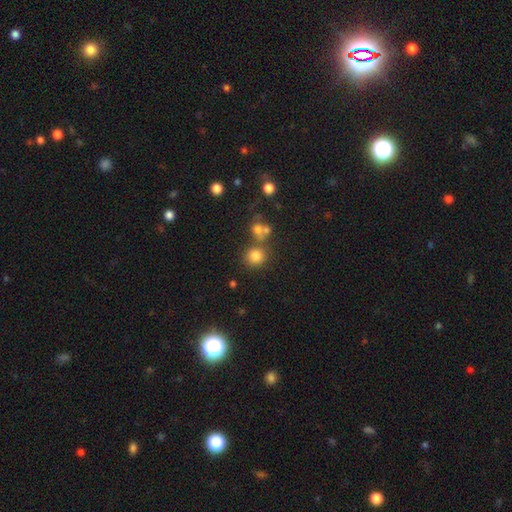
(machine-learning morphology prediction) Overall: smooth (78%). How rounded: round (87%). Merging: none (69%).